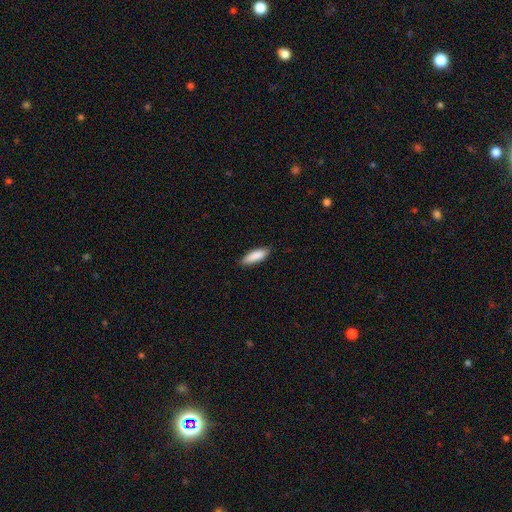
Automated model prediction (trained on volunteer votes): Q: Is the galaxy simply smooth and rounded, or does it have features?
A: smooth — 88%.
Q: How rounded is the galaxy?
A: in between — 54%.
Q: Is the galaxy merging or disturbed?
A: none — 84%.